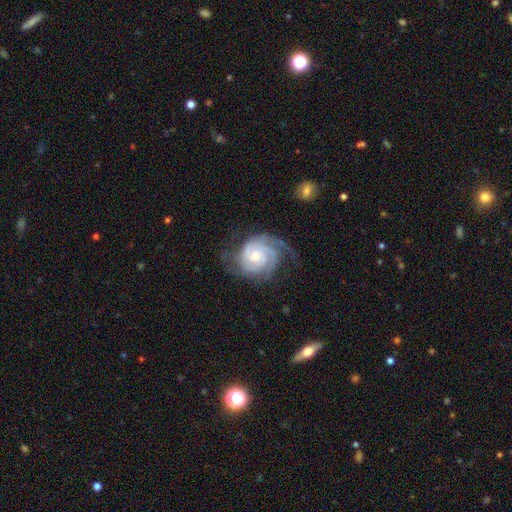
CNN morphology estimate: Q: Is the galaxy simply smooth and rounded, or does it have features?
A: featured or disk — 85%.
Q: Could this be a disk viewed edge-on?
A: no — 98%.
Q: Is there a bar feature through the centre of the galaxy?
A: no — 73%.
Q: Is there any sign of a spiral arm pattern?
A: yes — 96%.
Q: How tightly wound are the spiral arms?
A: tight — 63%.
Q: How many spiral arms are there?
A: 3 — 31%.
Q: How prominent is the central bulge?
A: moderate — 49%.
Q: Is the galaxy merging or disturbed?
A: none — 61%.